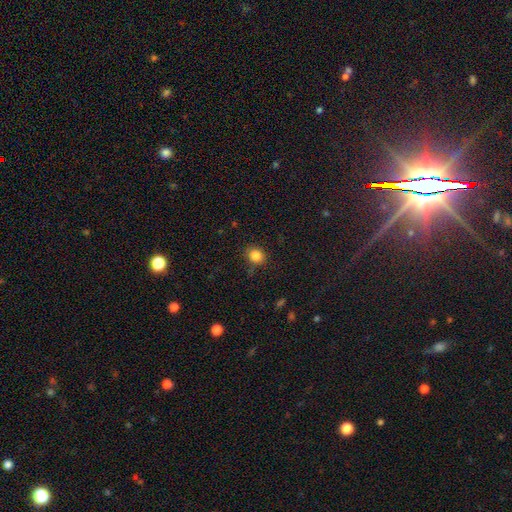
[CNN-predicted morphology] The model was most divided on "how rounded": round: 78%, in between: 21%, cigar-shaped: 1%. More confident: smooth or featured — smooth (84%); merging — none (82%).